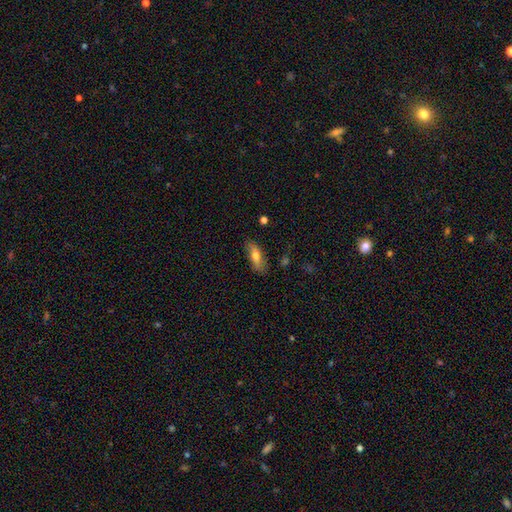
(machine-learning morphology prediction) type=smooth (65%); roundness=in between (65%); merging=none (79%).